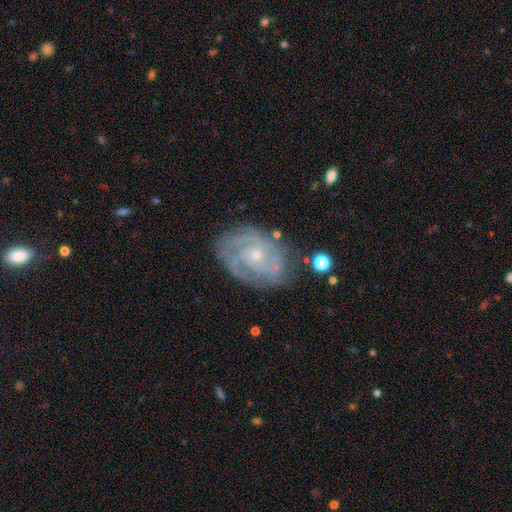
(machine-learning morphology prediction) smooth-or-featured: featured or disk: 82% | smooth: 11% | star or artifact: 7%
  disk-edge-on: no: 97% | yes: 3%
    bar: no: 74% | weak: 23% | strong: 4%
    has-spiral-arms: yes: 92% | no: 8%
      spiral-winding: tight: 64% | medium: 29% | loose: 7%
      spiral-arm-count: can't tell: 34% | 2: 27% | 3: 22% | 4: 8% | 1: 5% | more than 4: 5%
    bulge-size: small: 69% | moderate: 28% | none: 2% | large: 1% | dominant: 1%
  merging: none: 71% | minor disturbance: 20% | major disturbance: 7% | merger: 2%